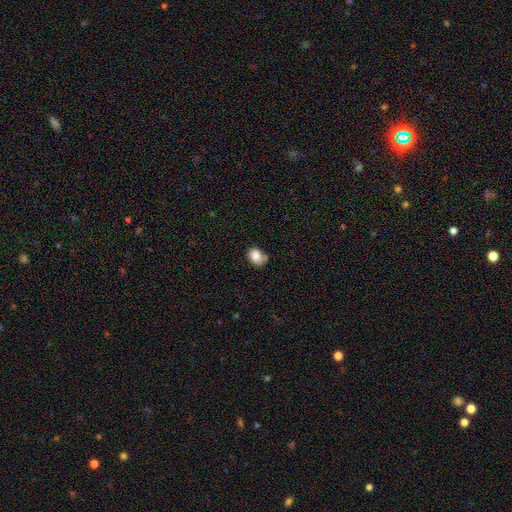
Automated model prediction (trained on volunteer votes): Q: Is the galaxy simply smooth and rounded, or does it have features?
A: smooth — 83%.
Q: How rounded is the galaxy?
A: in between — 64%.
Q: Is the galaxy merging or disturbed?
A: none — 58%.